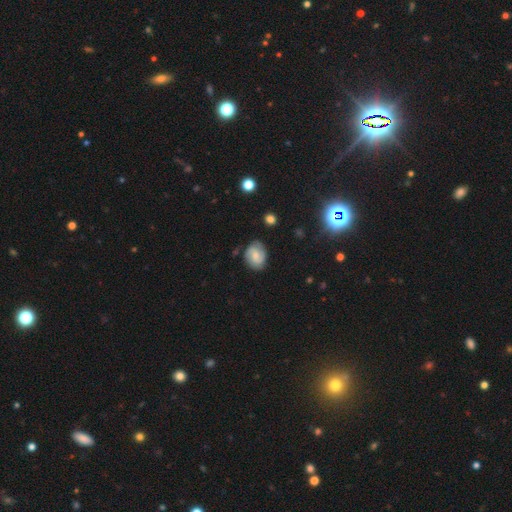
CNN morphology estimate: Smooth or featured? Predicted: featured or disk (p=0.56). Edge-on disk? Predicted: no (p=0.97). Bar? Predicted: no (p=0.46). Spiral arms? Predicted: yes (p=0.91). Bulge size? Predicted: small (p=0.47). Merging? Predicted: none (p=0.77).